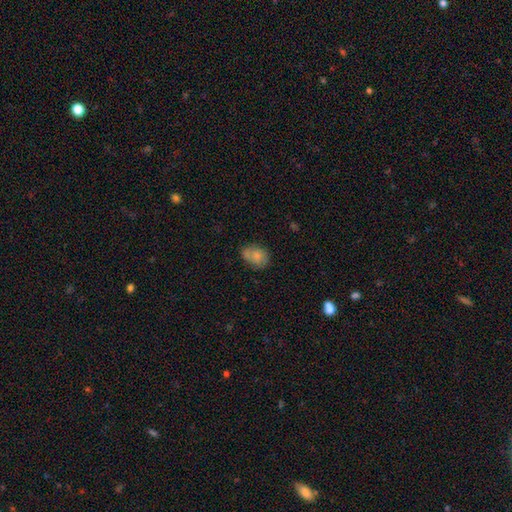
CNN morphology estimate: type=smooth (72%); roundness=in between (61%); merging=none (53%).